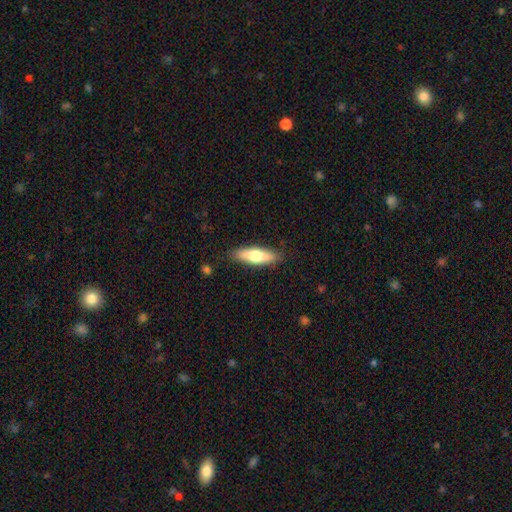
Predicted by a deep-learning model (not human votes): Smooth or featured: smooth — 63% (featured or disk — 32%)
How rounded: cigar-shaped — 59% (in between — 39%)
Merging: none — 87% (minor disturbance — 10%)